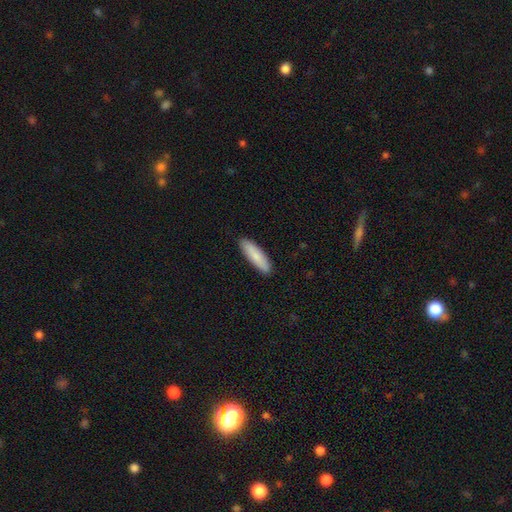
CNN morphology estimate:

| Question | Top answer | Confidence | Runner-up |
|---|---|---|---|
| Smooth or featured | smooth | 86% | featured or disk (9%) |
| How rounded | cigar-shaped | 65% | in between (33%) |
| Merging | none | 90% | minor disturbance (7%) |